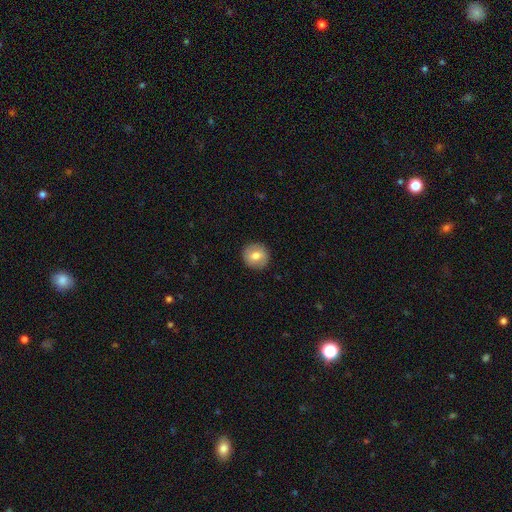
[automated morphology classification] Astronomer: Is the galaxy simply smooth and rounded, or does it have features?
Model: smooth — 72%.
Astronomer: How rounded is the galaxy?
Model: round — 91%.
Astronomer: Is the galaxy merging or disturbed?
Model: none — 91%.